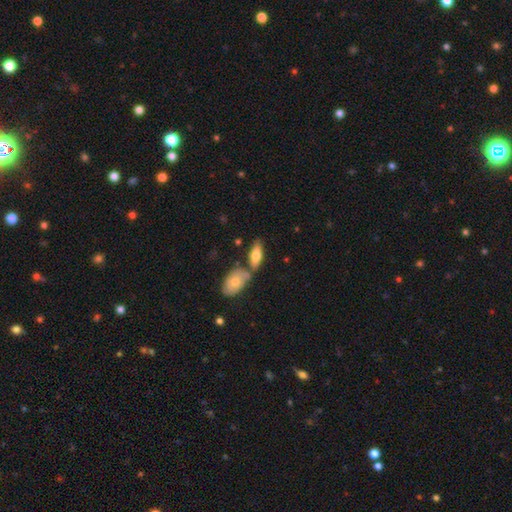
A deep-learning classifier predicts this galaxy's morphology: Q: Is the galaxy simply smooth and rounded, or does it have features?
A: smooth — 65%.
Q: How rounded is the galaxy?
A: in between — 72%.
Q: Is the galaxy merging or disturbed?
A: none — 55%.